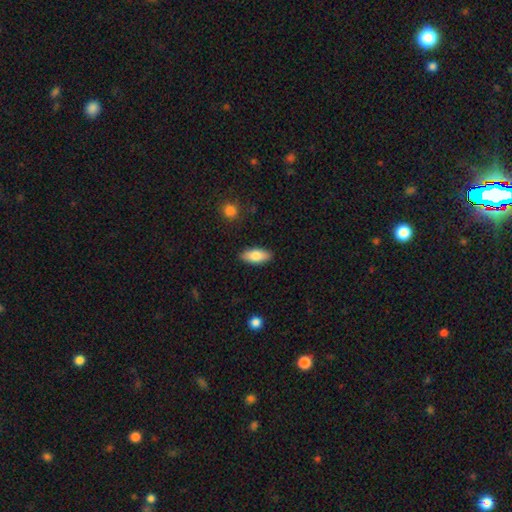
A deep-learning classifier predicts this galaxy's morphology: Smooth or featured?
  - smooth: 80% *
  - featured or disk: 14%
  - star or artifact: 6%
How rounded?
  - in between: 87% *
  - cigar-shaped: 10%
  - round: 2%
Merging?
  - none: 89% *
  - minor disturbance: 8%
  - major disturbance: 2%
  - merger: 1%